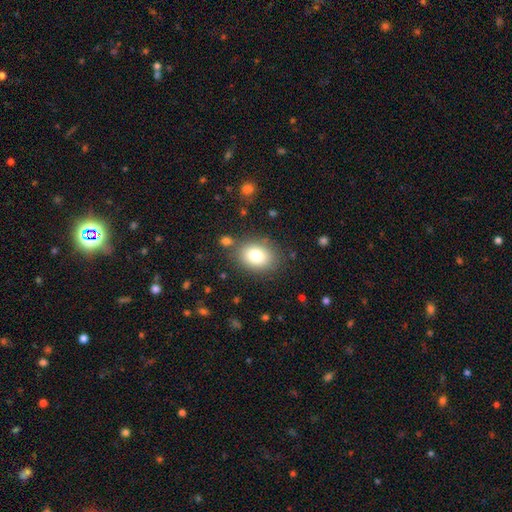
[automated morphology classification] smooth 79%, featured or disk 11%, star or artifact 10%. Down the decision tree: how rounded — in between (60%); merging — none (80%).